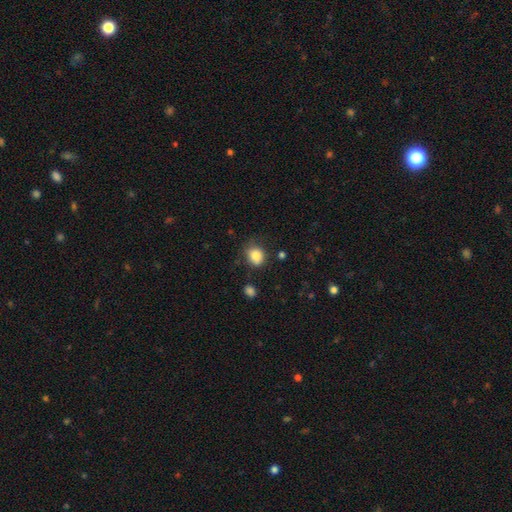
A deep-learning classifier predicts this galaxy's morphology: type=smooth (84%); roundness=round (63%); merging=none (70%).